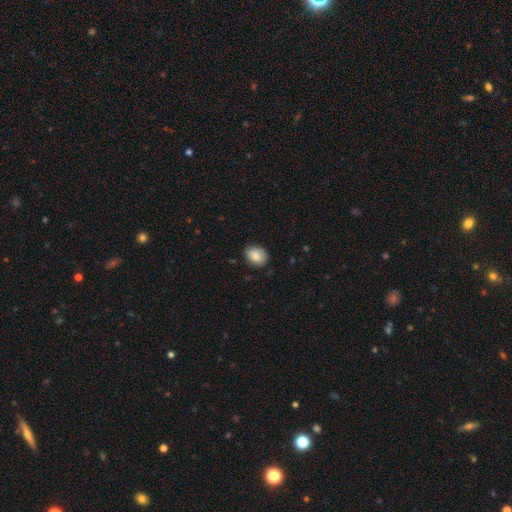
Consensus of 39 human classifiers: Volunteers were most divided on "how rounded": in between: 55%, round: 45%, cigar-shaped: 0%. More confident: merging — none (81%); smooth or featured — smooth (79%).